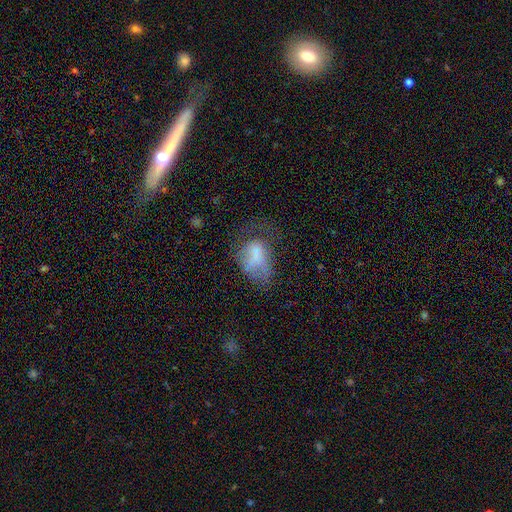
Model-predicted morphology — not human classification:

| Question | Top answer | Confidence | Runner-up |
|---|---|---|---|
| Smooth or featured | smooth | 61% | featured or disk (28%) |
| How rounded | in between | 82% | round (16%) |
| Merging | major disturbance | 46% | none (24%) |